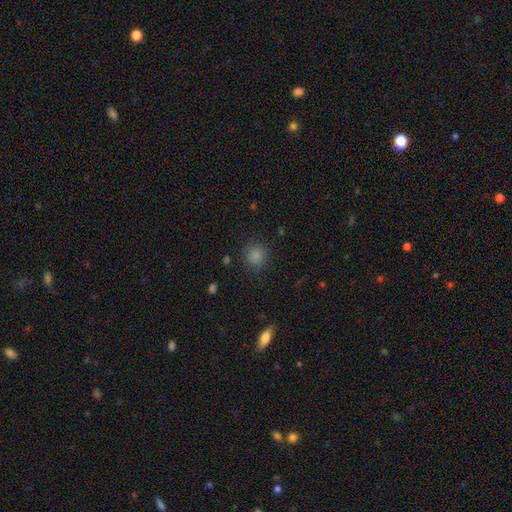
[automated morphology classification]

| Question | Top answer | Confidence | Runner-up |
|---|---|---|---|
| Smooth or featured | smooth | 83% | star or artifact (13%) |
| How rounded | round | 90% | in between (9%) |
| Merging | none | 86% | minor disturbance (9%) |